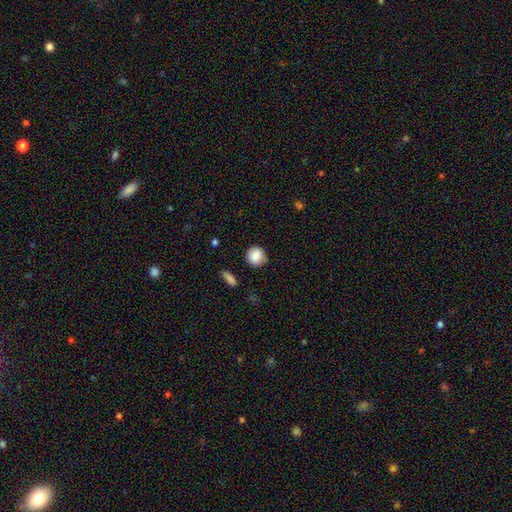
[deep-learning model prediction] smooth 87%, star or artifact 8%, featured or disk 6%. Down the decision tree: how rounded — round (87%); merging — none (82%).